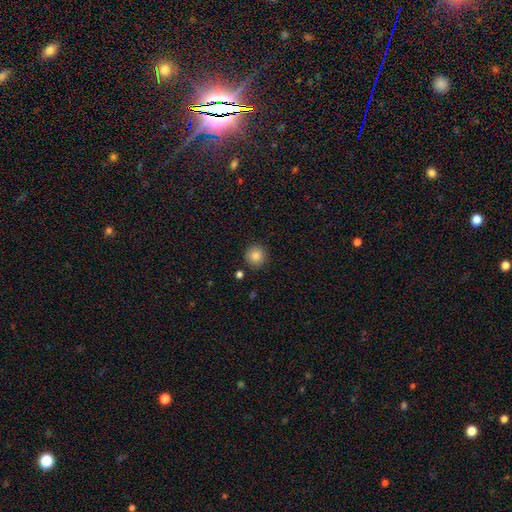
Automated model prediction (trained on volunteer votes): Q: Smooth or featured?
A: smooth (85%); runner-up: star or artifact (10%)
Q: How rounded?
A: round (94%); runner-up: in between (5%)
Q: Merging?
A: none (90%); runner-up: minor disturbance (6%)